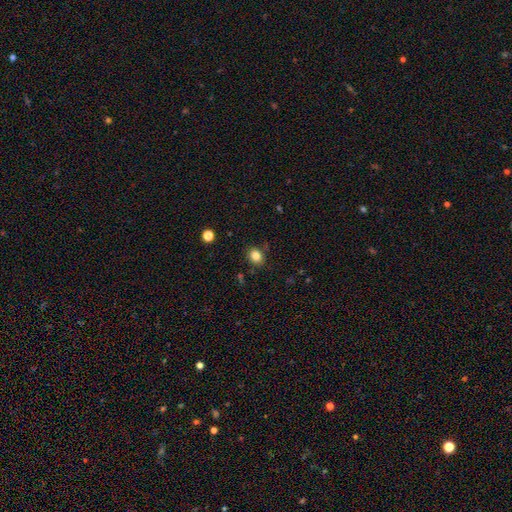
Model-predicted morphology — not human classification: A smooth galaxy with no disk features (83%) that is in between round and cigar-shaped (52%).

Vote fractions:
- Smooth or featured? smooth: 83% / star or artifact: 11% / featured or disk: 6%
- How rounded? in between: 52% / round: 47% / cigar-shaped: 1%
- Merging? none: 82% / minor disturbance: 12% / major disturbance: 3% / merger: 3%